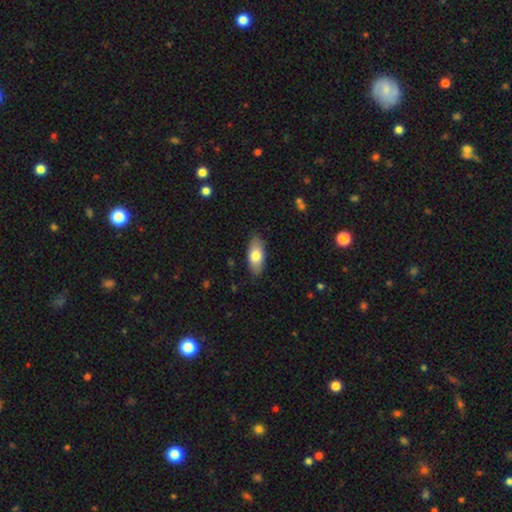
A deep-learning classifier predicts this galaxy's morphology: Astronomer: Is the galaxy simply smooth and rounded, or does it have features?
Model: smooth — 77%.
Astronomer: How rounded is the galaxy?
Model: in between — 87%.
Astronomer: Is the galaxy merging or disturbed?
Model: none — 86%.